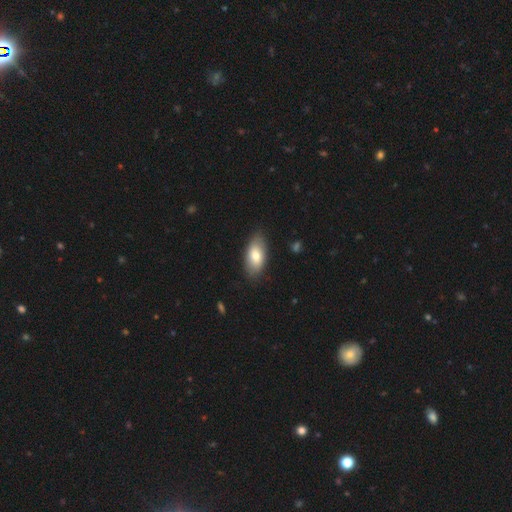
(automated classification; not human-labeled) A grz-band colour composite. It shows a smooth galaxy with no disk features (76%) that is in between round and cigar-shaped (92%). Merging: none (84%).